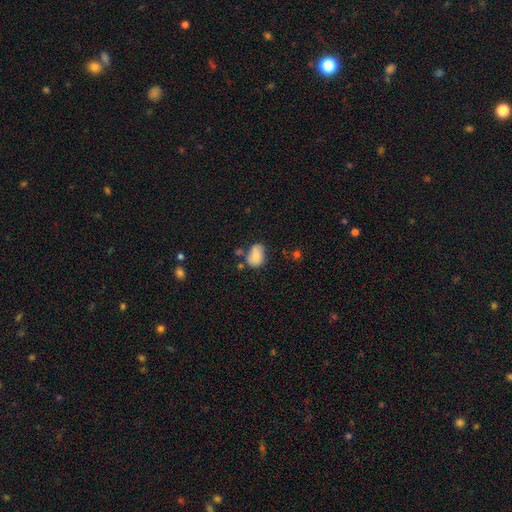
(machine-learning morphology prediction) The model was most divided on "merging": none: 53%, minor disturbance: 26%, merger: 14%, major disturbance: 7%. More confident: smooth or featured — smooth (80%); how rounded — in between (78%).